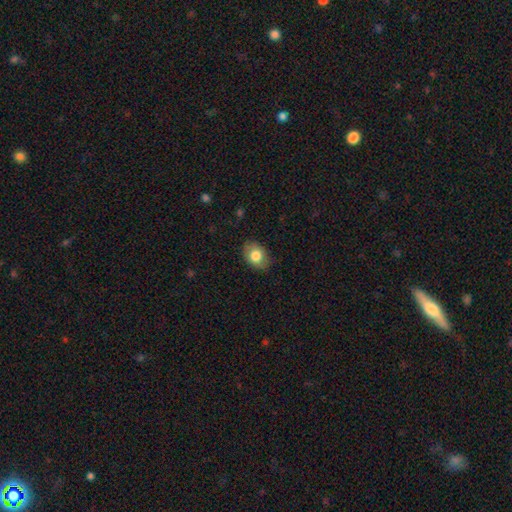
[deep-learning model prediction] This is likely a smooth galaxy (79%). How rounded: likely in between (77%). Merging: clearly none (81%).